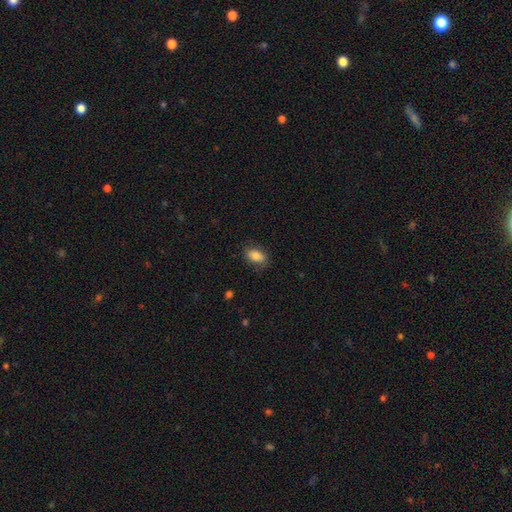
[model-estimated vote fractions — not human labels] smooth 84%, featured or disk 8%, star or artifact 7%. Down the decision tree: how rounded — in between (90%); merging — none (80%).